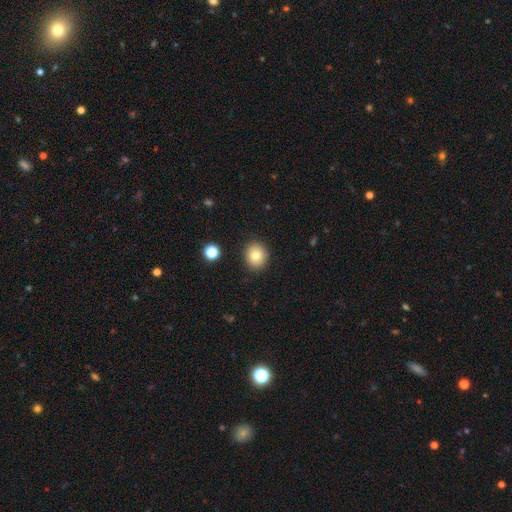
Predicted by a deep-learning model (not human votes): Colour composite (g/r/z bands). It shows a smooth galaxy with no disk features (78%) that is round (82%). Merging: none (89%).